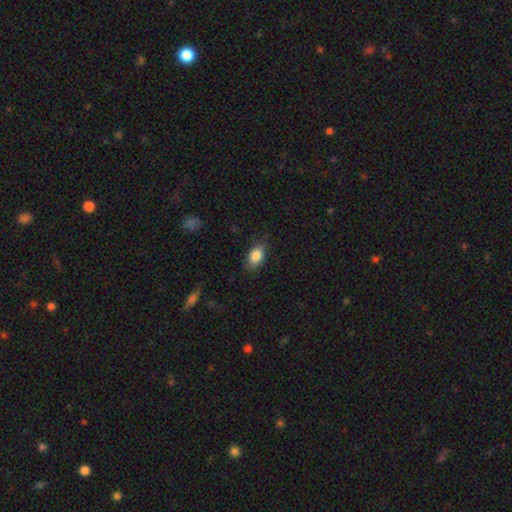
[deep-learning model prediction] Morphology: type=smooth (84%); roundness=in between (85%); merging=none (75%).